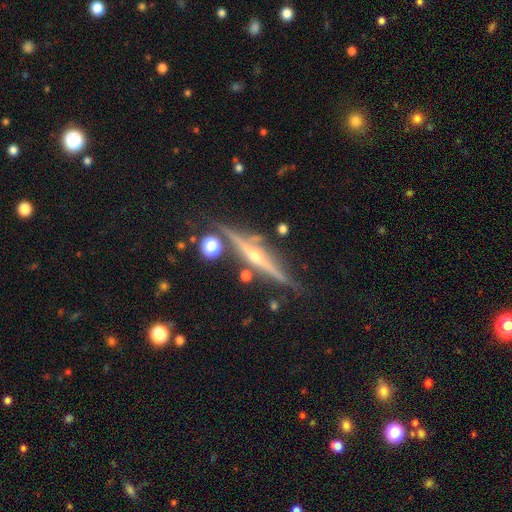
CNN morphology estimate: Smooth or featured? Predicted: featured or disk (p=0.85). Edge-on disk? Predicted: yes (p=0.98). Edge-on bulge? Predicted: rounded (p=0.88). Merging? Predicted: none (p=0.84).